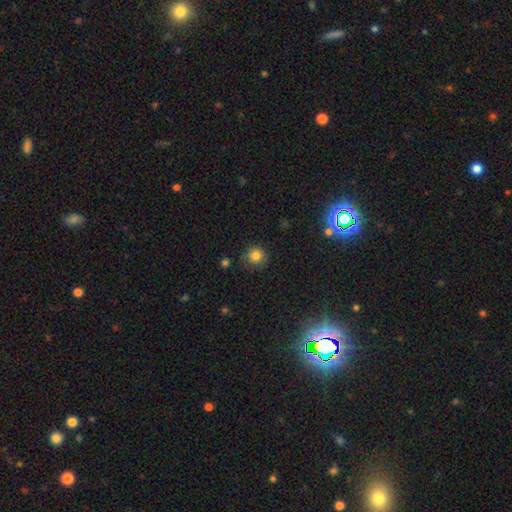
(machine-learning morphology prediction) Smooth or featured?
  - smooth: 82% *
  - star or artifact: 12%
  - featured or disk: 6%
How rounded?
  - round: 92% *
  - in between: 7%
  - cigar-shaped: 1%
Merging?
  - none: 82% *
  - minor disturbance: 13%
  - major disturbance: 3%
  - merger: 2%